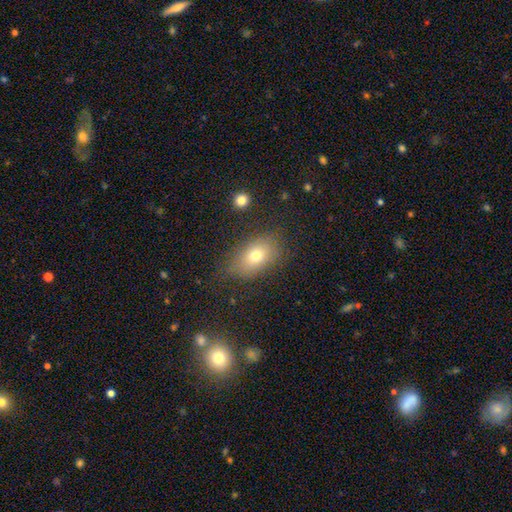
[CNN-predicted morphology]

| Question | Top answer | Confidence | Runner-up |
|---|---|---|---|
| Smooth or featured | smooth | 73% | featured or disk (16%) |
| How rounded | in between | 84% | round (13%) |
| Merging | none | 78% | minor disturbance (15%) |